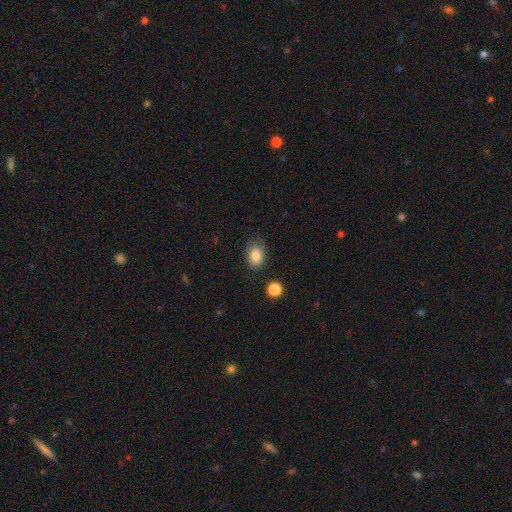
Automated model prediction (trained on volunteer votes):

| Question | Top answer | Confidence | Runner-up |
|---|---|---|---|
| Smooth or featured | smooth | 85% | star or artifact (9%) |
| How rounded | in between | 83% | round (16%) |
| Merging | none | 75% | minor disturbance (19%) |